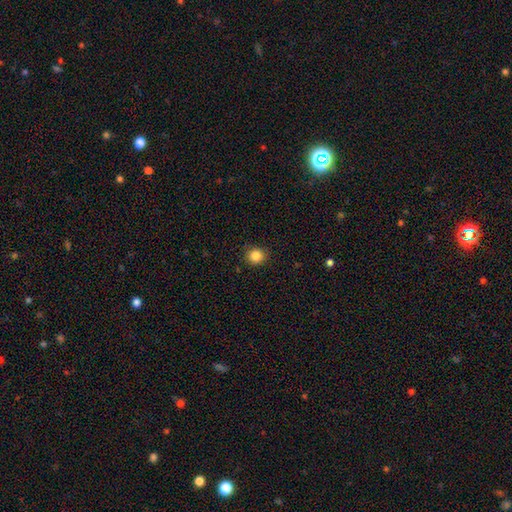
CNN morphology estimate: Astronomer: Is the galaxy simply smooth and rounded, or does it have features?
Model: smooth — 85%.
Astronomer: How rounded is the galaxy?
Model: round — 84%.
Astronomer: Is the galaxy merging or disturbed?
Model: none — 90%.